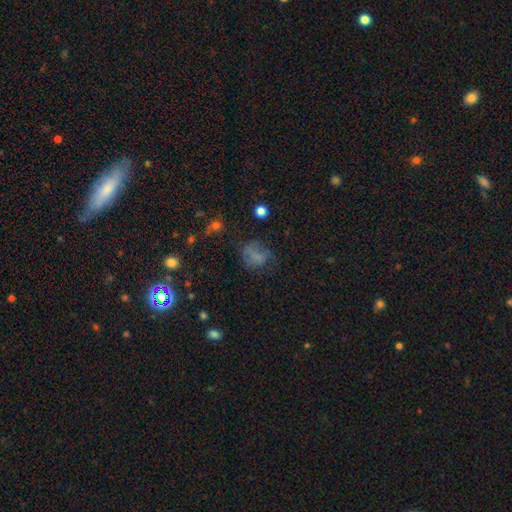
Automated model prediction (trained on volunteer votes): Smooth or featured? Predicted: smooth (p=0.56). How rounded? Predicted: round (p=0.51). Merging? Predicted: none (p=0.45).